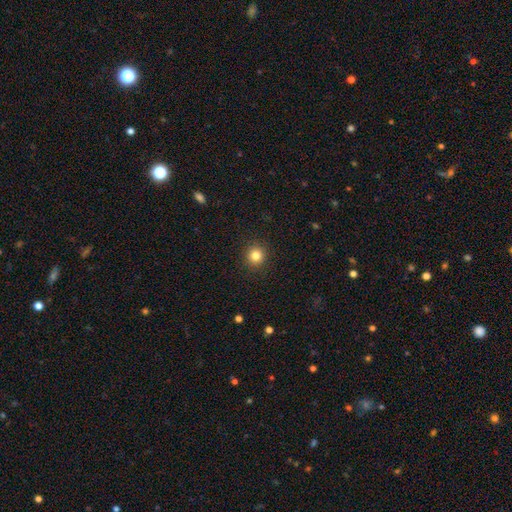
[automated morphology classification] Smooth or featured?
  - smooth: 83% *
  - star or artifact: 12%
  - featured or disk: 5%
How rounded?
  - round: 93% *
  - in between: 6%
  - cigar-shaped: 1%
Merging?
  - none: 92% *
  - minor disturbance: 5%
  - major disturbance: 2%
  - merger: 1%